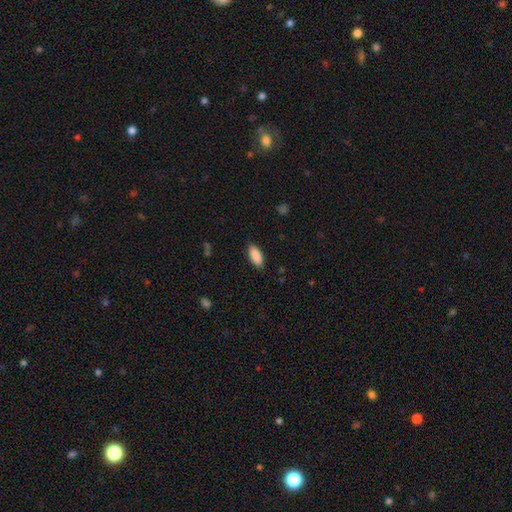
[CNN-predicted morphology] smooth-or-featured: smooth: 90% | star or artifact: 6% | featured or disk: 4%
  how-rounded: in between: 86% | cigar-shaped: 12% | round: 2%
  merging: none: 87% | minor disturbance: 10% | major disturbance: 2% | merger: 1%